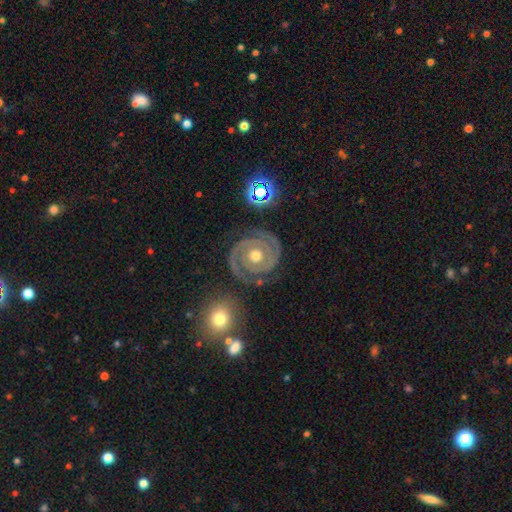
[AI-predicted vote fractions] Q: Smooth or featured?
A: featured or disk (91%); runner-up: smooth (5%)
Q: Edge-on disk?
A: no (98%); runner-up: yes (2%)
Q: Bar?
A: no (74%); runner-up: weak (18%)
Q: Spiral arms?
A: yes (98%); runner-up: no (2%)
Q: Spiral winding?
A: tight (80%); runner-up: medium (18%)
Q: Spiral arm count?
A: 2 (89%); runner-up: 3 (4%)
Q: Bulge size?
A: moderate (76%); runner-up: small (15%)
Q: Merging?
A: none (82%); runner-up: minor disturbance (11%)